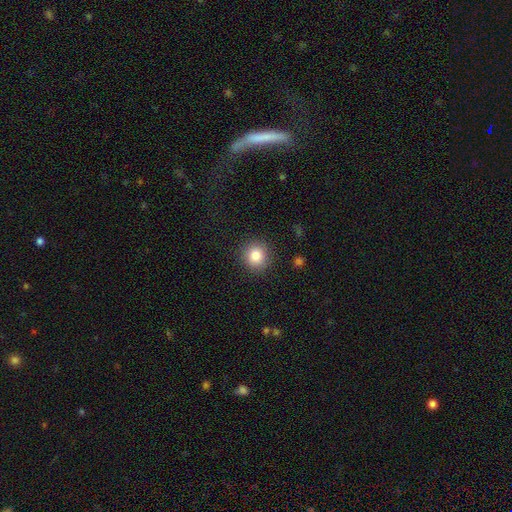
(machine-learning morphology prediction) smooth 85%, star or artifact 10%, featured or disk 6%. Down the decision tree: how rounded — round (89%); merging — none (89%).